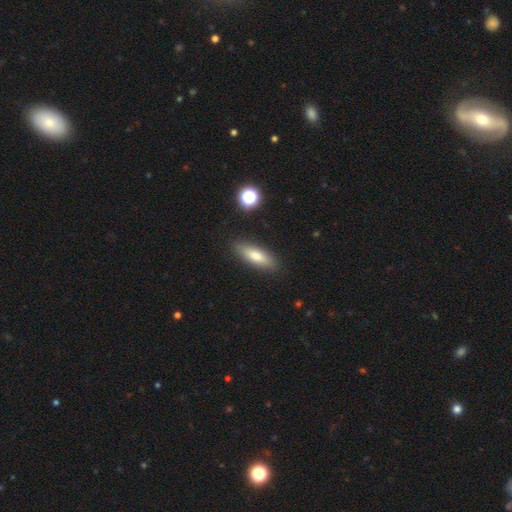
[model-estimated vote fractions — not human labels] A smooth galaxy with no disk features (72%) that is cigar-shaped (52%).

Vote fractions:
- Smooth or featured? smooth: 72% / featured or disk: 20% / star or artifact: 8%
- How rounded? cigar-shaped: 52% / in between: 46% / round: 2%
- Merging? none: 87% / minor disturbance: 9% / major disturbance: 2% / merger: 2%